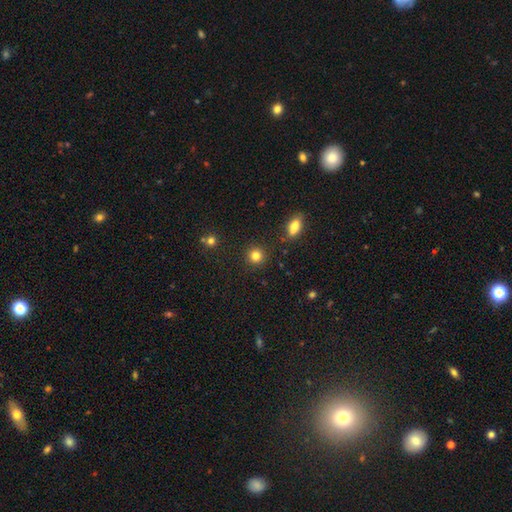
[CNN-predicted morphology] This appears to be a smooth galaxy with no disk features (83%) that is round (92%). Merging: none (90%).